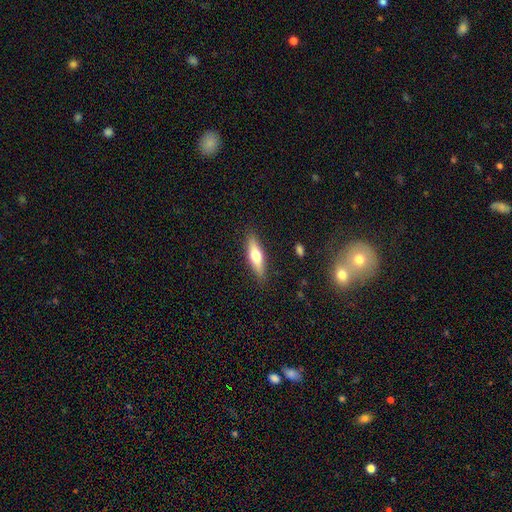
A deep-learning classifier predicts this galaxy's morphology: A smooth galaxy with no disk features (58%) that is cigar-shaped (61%). Merging: none (87%).